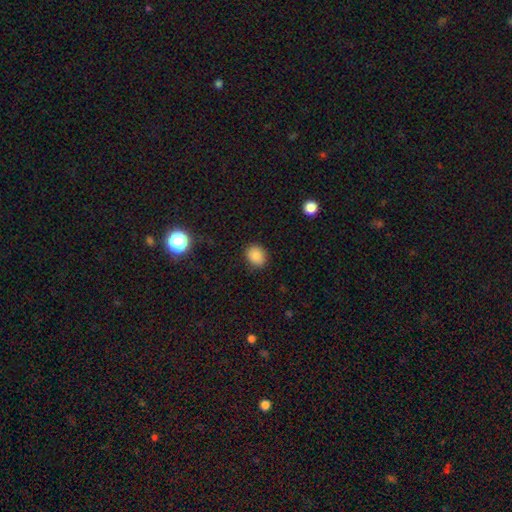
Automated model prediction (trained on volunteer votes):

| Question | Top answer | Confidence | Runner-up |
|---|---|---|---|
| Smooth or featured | smooth | 86% | star or artifact (11%) |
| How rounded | round | 59% | in between (40%) |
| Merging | none | 87% | minor disturbance (10%) |